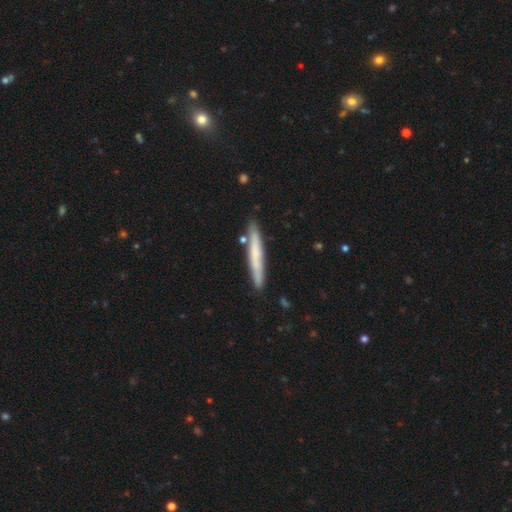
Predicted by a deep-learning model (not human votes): Smooth or featured? Predicted: smooth (p=0.56). How rounded? Predicted: cigar-shaped (p=0.96). Merging? Predicted: none (p=0.84).